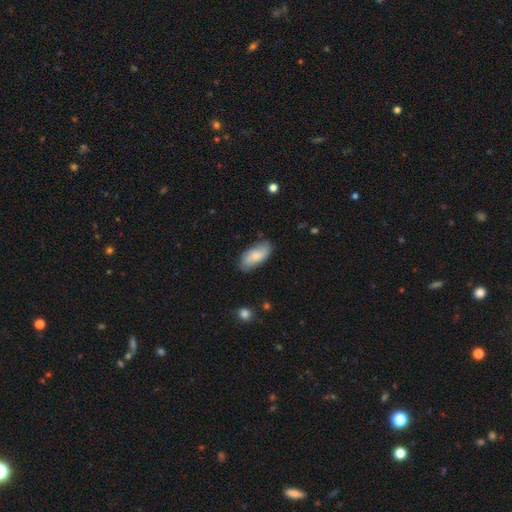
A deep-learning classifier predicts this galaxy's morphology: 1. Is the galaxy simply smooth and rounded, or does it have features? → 73% smooth, 21% featured or disk, 6% star or artifact.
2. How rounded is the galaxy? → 91% in between, 7% cigar-shaped, 2% round.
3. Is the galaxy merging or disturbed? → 77% none, 18% minor disturbance, 4% major disturbance, 2% merger.